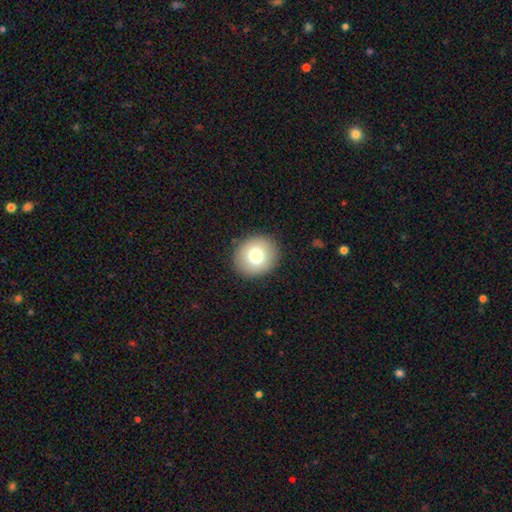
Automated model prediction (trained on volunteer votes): smooth_or_featured: smooth (p=0.77) [alt: featured or disk p=0.13]
how_rounded: round (p=0.86) [alt: in between p=0.13]
merging: none (p=0.91) [alt: minor disturbance p=0.06]